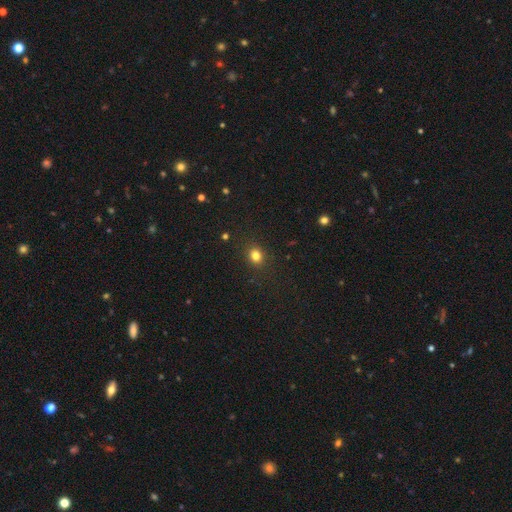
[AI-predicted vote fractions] A smooth galaxy with no disk features (81%) that is round (67%).

Vote fractions:
- Smooth or featured? smooth: 81% / star or artifact: 13% / featured or disk: 5%
- How rounded? round: 67% / in between: 32% / cigar-shaped: 1%
- Merging? none: 89% / minor disturbance: 8% / major disturbance: 2% / merger: 1%